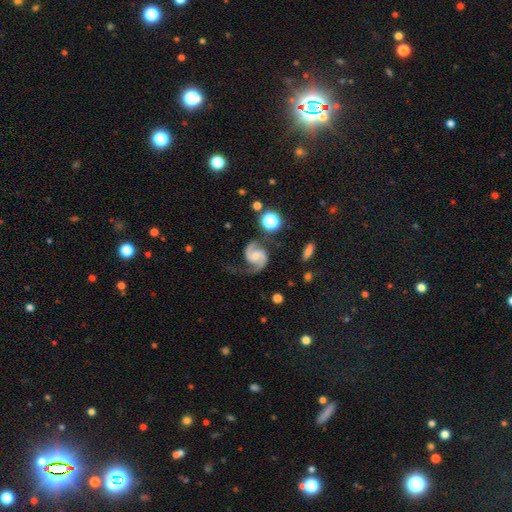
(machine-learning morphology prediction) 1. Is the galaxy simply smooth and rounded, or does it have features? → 90% featured or disk, 6% star or artifact, 5% smooth.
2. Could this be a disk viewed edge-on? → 98% no, 2% yes.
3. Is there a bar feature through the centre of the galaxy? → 51% no, 38% weak, 11% strong.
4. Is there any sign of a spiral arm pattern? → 98% yes, 2% no.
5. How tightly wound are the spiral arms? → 58% medium, 24% loose, 18% tight.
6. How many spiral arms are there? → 93% 2, 2% can't tell, 2% 1, 1% 3, 1% 4, 1% more than 4.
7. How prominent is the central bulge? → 46% small, 37% moderate, 12% none, 4% large, 1% dominant.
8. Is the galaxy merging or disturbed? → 67% none, 18% minor disturbance, 12% major disturbance, 3% merger.